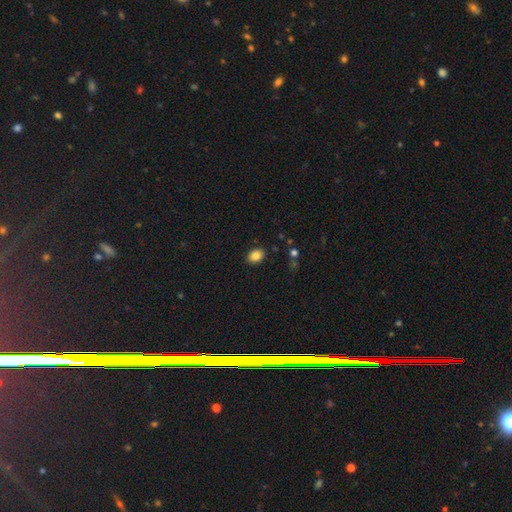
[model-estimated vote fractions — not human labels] Smooth or featured? Predicted: smooth (p=0.86). How rounded? Predicted: in between (p=0.74). Merging? Predicted: none (p=0.88).